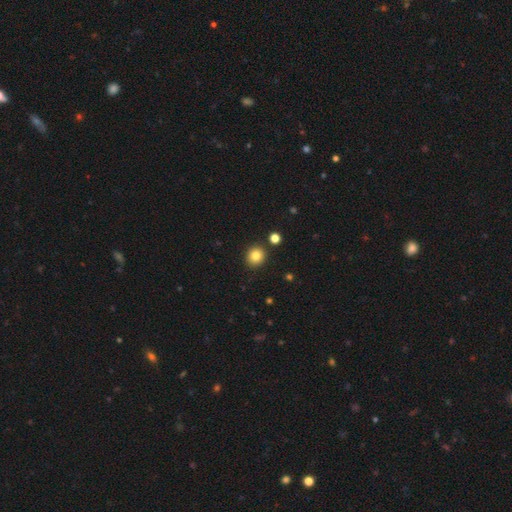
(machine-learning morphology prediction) Smooth or featured?
  - smooth: 83% *
  - star or artifact: 11%
  - featured or disk: 6%
How rounded?
  - round: 82% *
  - in between: 17%
  - cigar-shaped: 1%
Merging?
  - none: 88% *
  - minor disturbance: 6%
  - merger: 3%
  - major disturbance: 2%